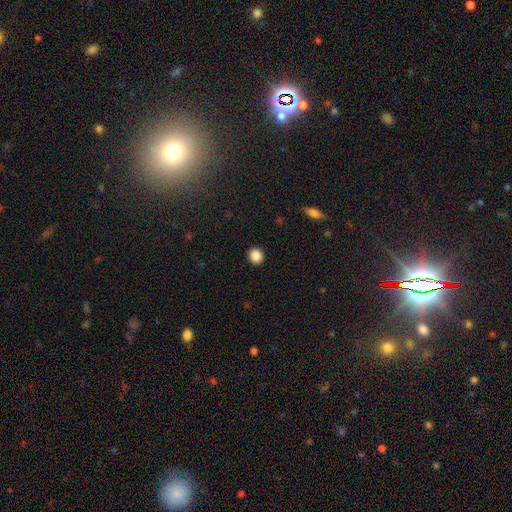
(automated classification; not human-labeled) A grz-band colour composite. It shows a smooth galaxy with no disk features (87%) that is round (88%). Merging: none (92%).